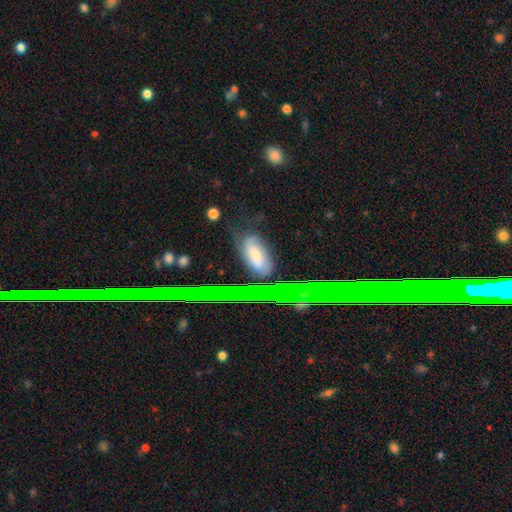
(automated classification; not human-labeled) smooth 54%, featured or disk 32%, star or artifact 14%. Down the decision tree: how rounded — in between (83%); merging — none (63%).